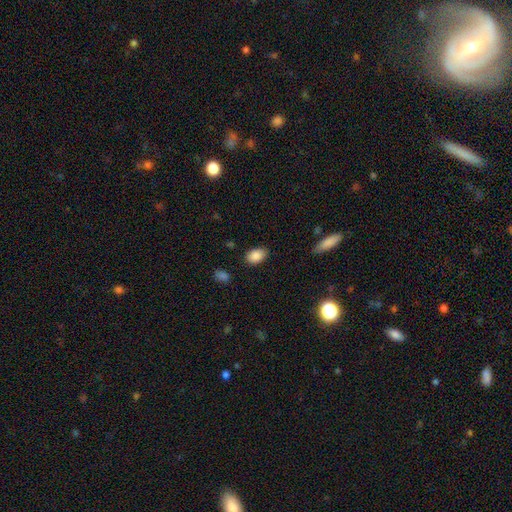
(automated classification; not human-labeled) The model was most divided on "how rounded": in between: 85%, round: 14%, cigar-shaped: 1%. More confident: smooth or featured — smooth (88%); merging — none (83%).